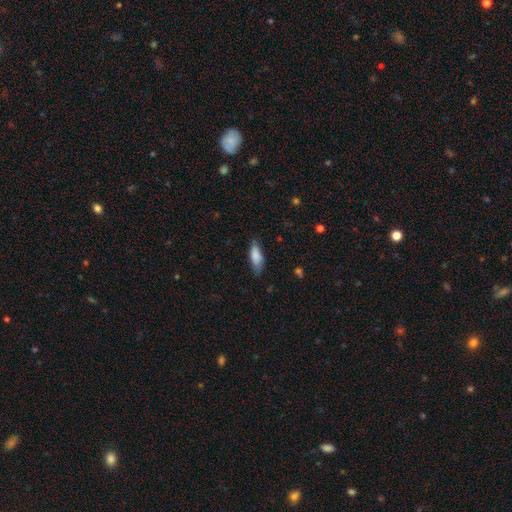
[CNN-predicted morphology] This is clearly a smooth galaxy (83%). How rounded: likely in between (73%). Merging: likely none (68%).